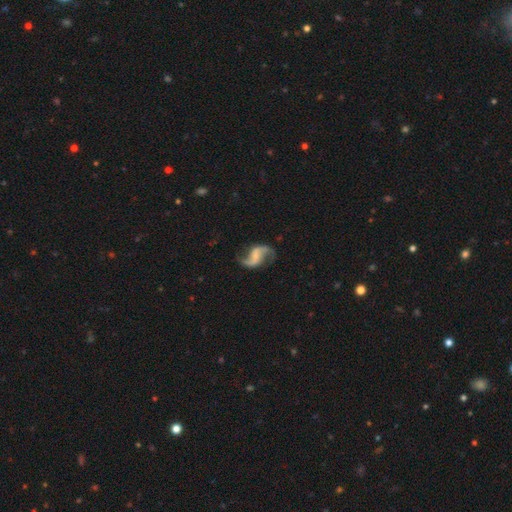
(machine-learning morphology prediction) Smooth or featured? Predicted: featured or disk (p=0.88). Edge-on disk? Predicted: no (p=0.98). Bar? Predicted: weak (p=0.43). Spiral arms? Predicted: yes (p=0.96). Spiral winding? Predicted: loose (p=0.75). Spiral arm count? Predicted: 2 (p=0.93). Bulge size? Predicted: none (p=0.55). Merging? Predicted: none (p=0.74).